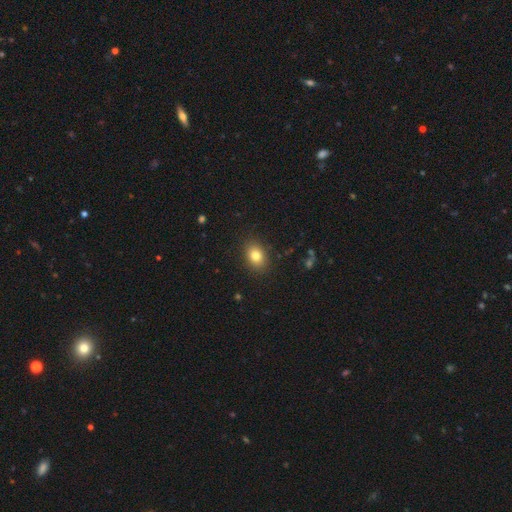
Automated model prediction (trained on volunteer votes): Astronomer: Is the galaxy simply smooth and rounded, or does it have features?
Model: smooth — 81%.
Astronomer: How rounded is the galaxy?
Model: in between — 65%.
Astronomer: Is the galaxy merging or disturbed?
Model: none — 88%.